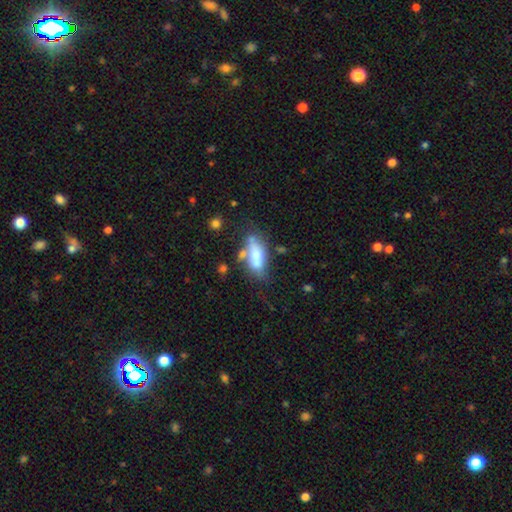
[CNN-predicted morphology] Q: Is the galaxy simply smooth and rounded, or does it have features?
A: smooth — 62%.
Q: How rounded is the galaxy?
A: in between — 78%.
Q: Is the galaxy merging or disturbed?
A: none — 42%.